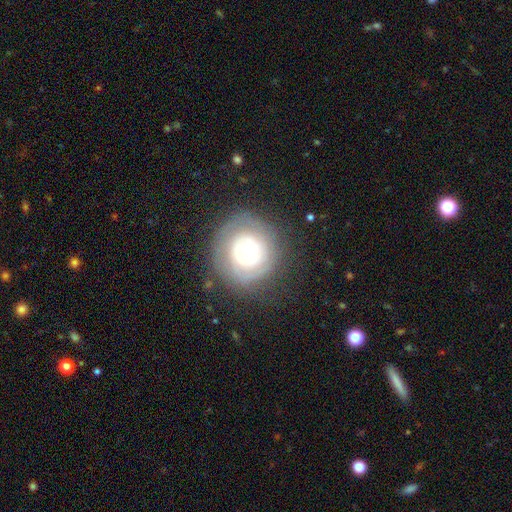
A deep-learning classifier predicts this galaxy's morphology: This is possibly a featured or disk galaxy (53%). It is clearly not viewed edge-on (96%). Bar: clearly no (86%). Spiral arm pattern: likely yes (63%). Central bulge: possibly moderate (51%). Merging: likely none (76%).